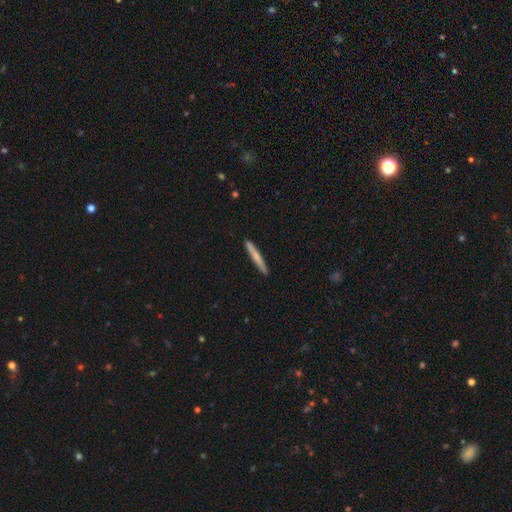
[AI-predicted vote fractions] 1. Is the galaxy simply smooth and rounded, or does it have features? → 67% smooth, 28% featured or disk, 5% star or artifact.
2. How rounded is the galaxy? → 96% cigar-shaped, 2% in between, 1% round.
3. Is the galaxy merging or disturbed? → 91% none, 7% minor disturbance, 1% major disturbance, 1% merger.